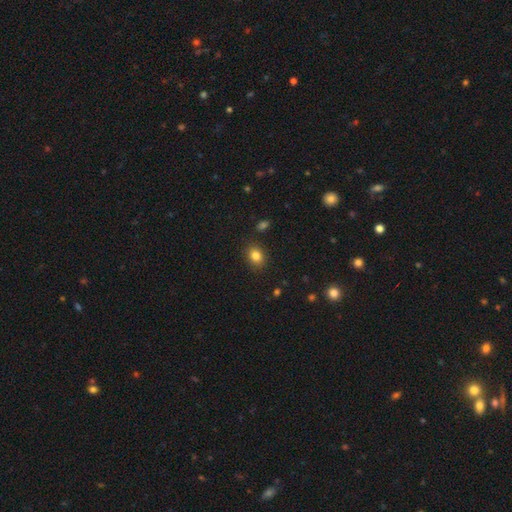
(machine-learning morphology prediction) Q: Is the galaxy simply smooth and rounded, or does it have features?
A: smooth — 83%.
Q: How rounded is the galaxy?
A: in between — 50%.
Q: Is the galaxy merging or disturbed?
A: none — 87%.